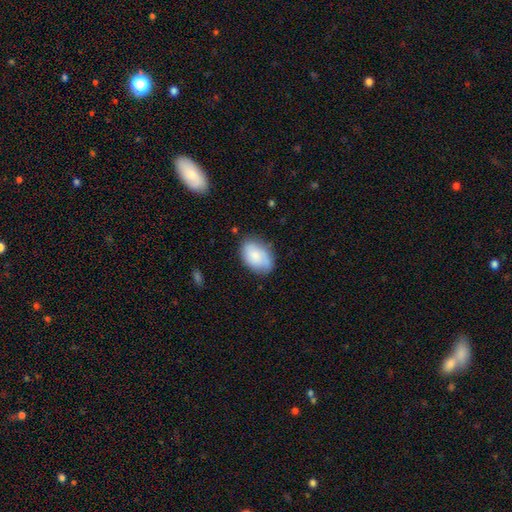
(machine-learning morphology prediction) Overall: smooth (78%). How rounded: in between (89%). Merging: none (73%).